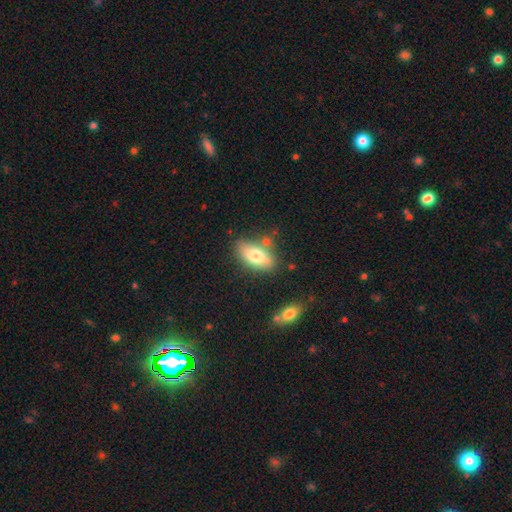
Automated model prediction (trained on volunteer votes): smooth_or_featured: smooth (p=0.74) [alt: featured or disk p=0.19]
how_rounded: in between (p=0.89) [alt: cigar-shaped p=0.07]
merging: none (p=0.72) [alt: minor disturbance p=0.16]